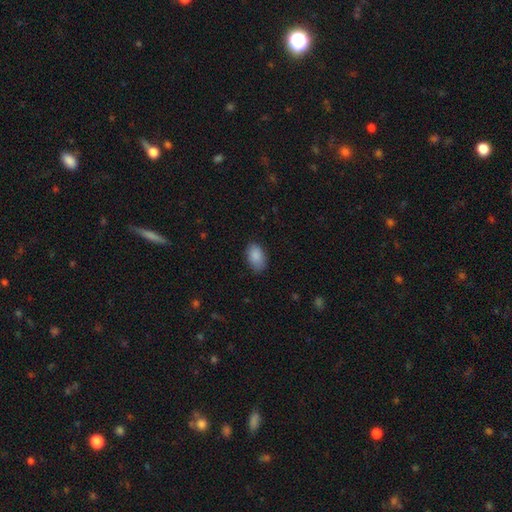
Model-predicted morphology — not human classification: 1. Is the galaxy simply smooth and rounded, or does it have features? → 89% smooth, 7% star or artifact, 4% featured or disk.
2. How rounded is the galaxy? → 91% in between, 8% round, 1% cigar-shaped.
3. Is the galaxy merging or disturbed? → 80% none, 16% minor disturbance, 3% major disturbance, 1% merger.